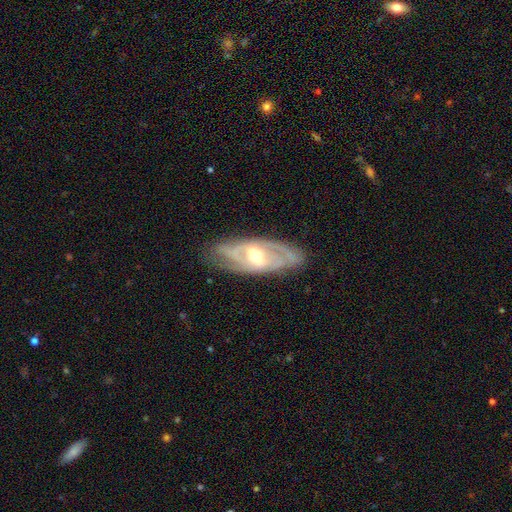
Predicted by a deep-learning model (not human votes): Smooth or featured?
  - featured or disk: 83% *
  - smooth: 12%
  - star or artifact: 5%
Edge-on disk?
  - no: 89% *
  - yes: 11%
Bar?
  - weak: 47% *
  - no: 28%
  - strong: 25%
Spiral arms?
  - yes: 90% *
  - no: 10%
Spiral winding?
  - tight: 48% *
  - medium: 40%
  - loose: 12%
Spiral arm count?
  - 2: 55% *
  - can't tell: 23%
  - 3: 13%
  - 4: 3%
  - 1: 3%
  - more than 4: 2%
Bulge size?
  - moderate: 60% *
  - small: 35%
  - large: 3%
  - none: 1%
  - dominant: 1%
Merging?
  - none: 79% *
  - minor disturbance: 15%
  - major disturbance: 4%
  - merger: 1%